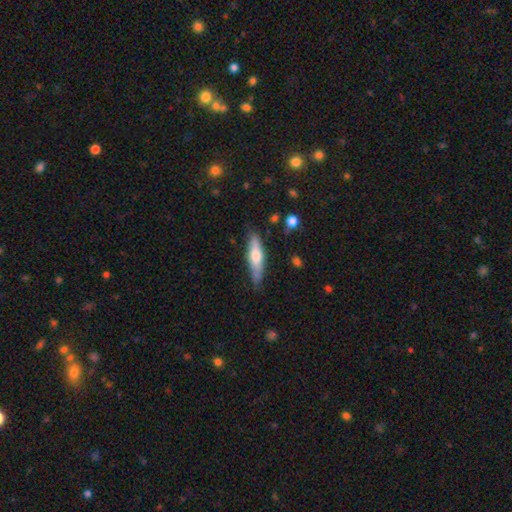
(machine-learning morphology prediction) smooth_or_featured: smooth (p=0.55) [alt: featured or disk p=0.39]
how_rounded: cigar-shaped (p=0.69) [alt: in between p=0.30]
merging: none (p=0.80) [alt: minor disturbance p=0.16]